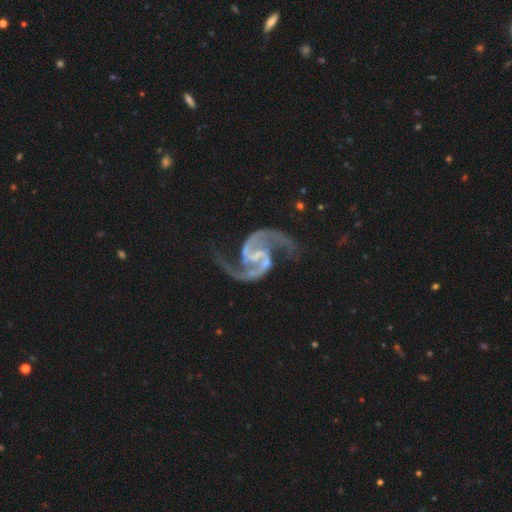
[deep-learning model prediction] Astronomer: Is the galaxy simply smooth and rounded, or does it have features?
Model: featured or disk — 95%.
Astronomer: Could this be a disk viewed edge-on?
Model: no — 99%.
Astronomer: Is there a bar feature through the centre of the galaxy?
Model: weak — 47% (runner-up: strong, 31%).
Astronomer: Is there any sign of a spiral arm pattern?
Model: yes — 99%.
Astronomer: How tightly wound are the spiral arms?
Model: medium — 57%.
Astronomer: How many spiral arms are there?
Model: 2 — 95%.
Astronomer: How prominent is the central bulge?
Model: none — 47% (runner-up: small, 39%).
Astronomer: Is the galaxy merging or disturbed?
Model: none — 70%.